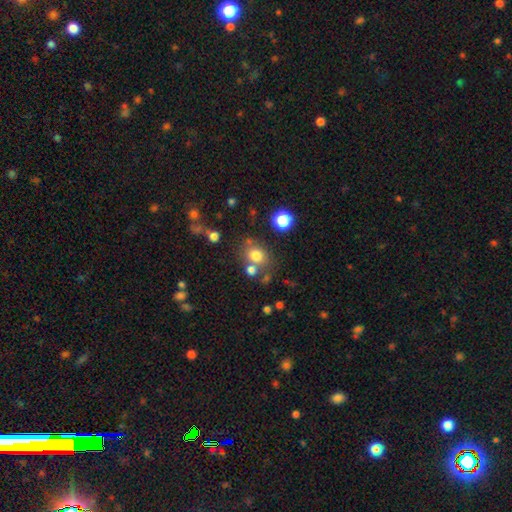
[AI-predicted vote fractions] Q: Smooth or featured?
A: smooth (76%); runner-up: star or artifact (15%)
Q: How rounded?
A: round (64%); runner-up: in between (35%)
Q: Merging?
A: none (66%); runner-up: merger (16%)